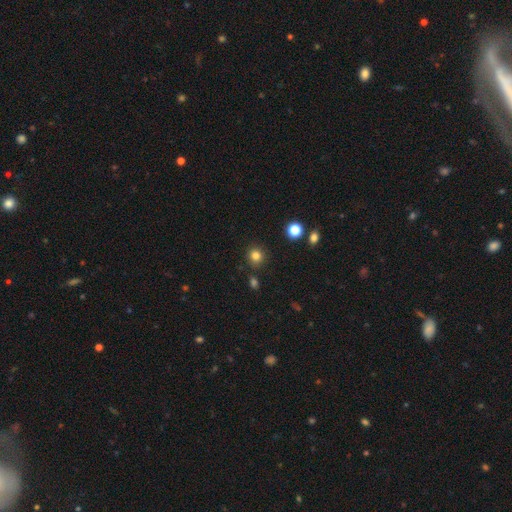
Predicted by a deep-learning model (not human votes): smooth_or_featured: smooth (p=0.82) [alt: star or artifact p=0.13]
how_rounded: round (p=0.90) [alt: in between p=0.09]
merging: none (p=0.88) [alt: minor disturbance p=0.07]